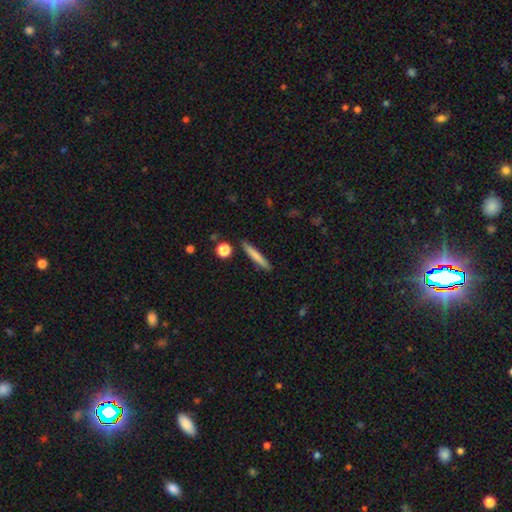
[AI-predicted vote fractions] This appears to be a smooth galaxy with no disk features (75%) that is cigar-shaped (94%). Merging: none (88%).